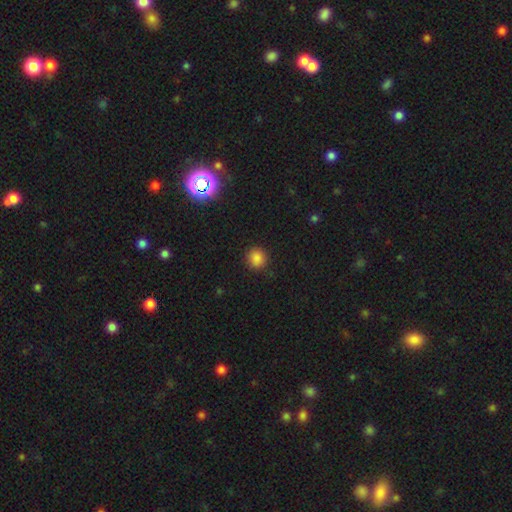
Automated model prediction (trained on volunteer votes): A smooth galaxy with no disk features (80%) that is round (89%). Merging: none (90%).